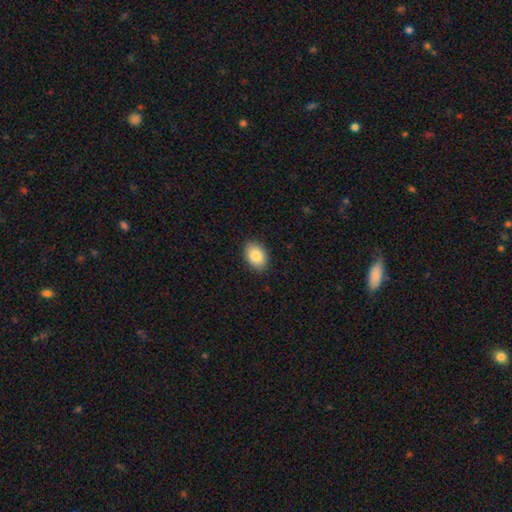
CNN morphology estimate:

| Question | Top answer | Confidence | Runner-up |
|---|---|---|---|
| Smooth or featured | smooth | 86% | star or artifact (7%) |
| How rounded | in between | 83% | round (16%) |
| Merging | none | 88% | minor disturbance (9%) |